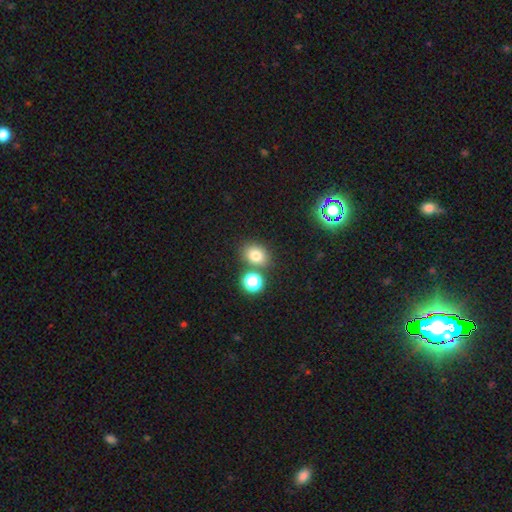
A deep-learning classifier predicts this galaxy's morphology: A smooth galaxy with no disk features (76%) that is round (54%).

Vote fractions:
- Smooth or featured? smooth: 76% / star or artifact: 16% / featured or disk: 8%
- How rounded? round: 54% / in between: 45% / cigar-shaped: 1%
- Merging? none: 72% / merger: 15% / minor disturbance: 10% / major disturbance: 3%